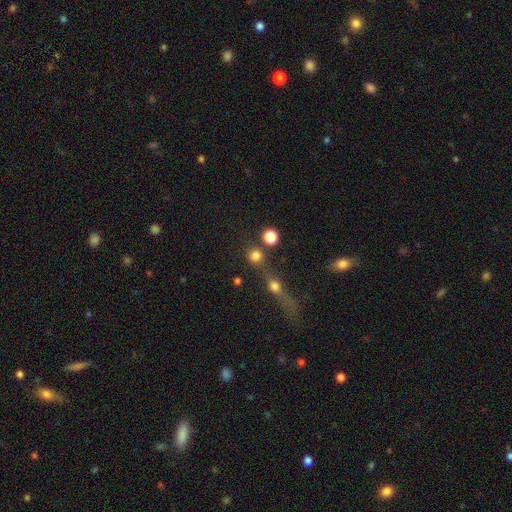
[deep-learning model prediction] smooth 80%, star or artifact 13%, featured or disk 7%. Down the decision tree: how rounded — round (91%); merging — none (65%).